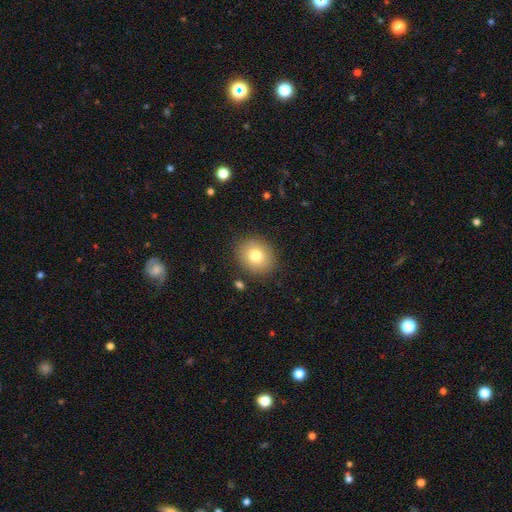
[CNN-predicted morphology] smooth_or_featured: smooth (p=0.79) [alt: featured or disk p=0.11]
how_rounded: round (p=0.71) [alt: in between p=0.28]
merging: none (p=0.87) [alt: minor disturbance p=0.08]